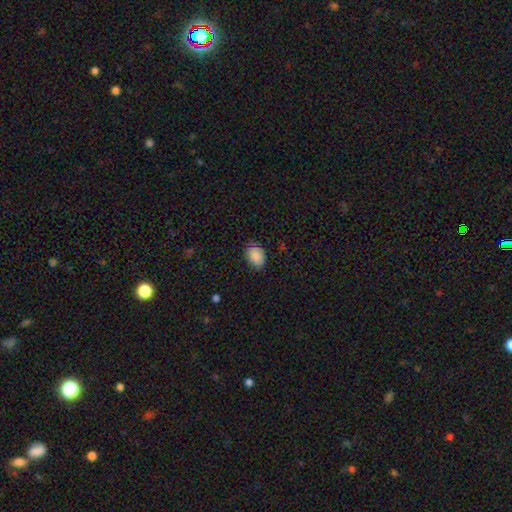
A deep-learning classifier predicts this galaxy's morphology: This is clearly a smooth galaxy (87%). How rounded: clearly in between (81%). Merging: clearly none (81%).